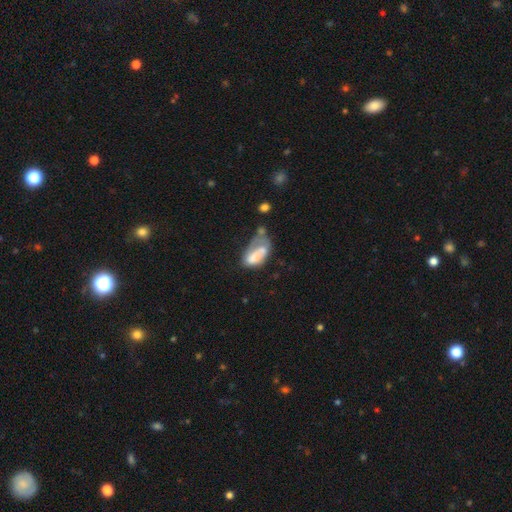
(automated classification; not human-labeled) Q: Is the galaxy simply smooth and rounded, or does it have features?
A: smooth — 55%.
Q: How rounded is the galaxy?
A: in between — 91%.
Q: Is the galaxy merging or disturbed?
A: major disturbance — 32%.